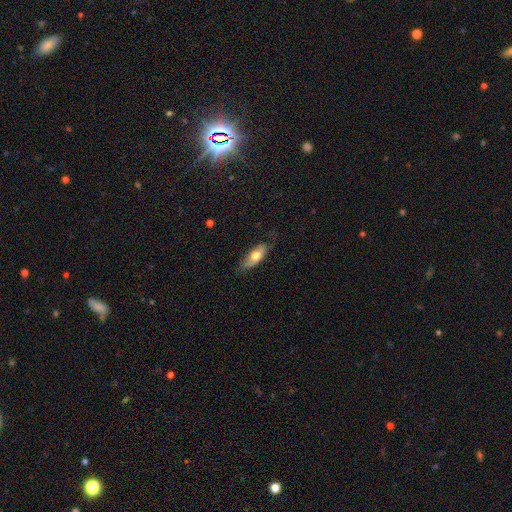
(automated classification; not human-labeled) A smooth galaxy with no disk features (63%) that is in between round and cigar-shaped (68%).

Vote fractions:
- Smooth or featured? smooth: 63% / featured or disk: 31% / star or artifact: 6%
- How rounded? in between: 68% / cigar-shaped: 29% / round: 3%
- Merging? none: 70% / minor disturbance: 23% / major disturbance: 5% / merger: 1%